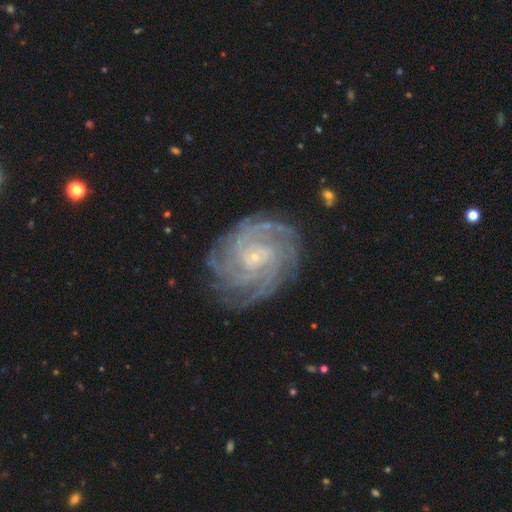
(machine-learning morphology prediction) Q: Smooth or featured?
A: featured or disk (89%); runner-up: star or artifact (6%)
Q: Edge-on disk?
A: no (97%); runner-up: yes (3%)
Q: Bar?
A: no (55%); runner-up: weak (36%)
Q: Spiral arms?
A: yes (98%); runner-up: no (2%)
Q: Spiral winding?
A: tight (71%); runner-up: medium (24%)
Q: Spiral arm count?
A: 4 (28%); runner-up: can't tell (21%)
Q: Bulge size?
A: small (80%); runner-up: moderate (15%)
Q: Merging?
A: none (81%); runner-up: minor disturbance (13%)